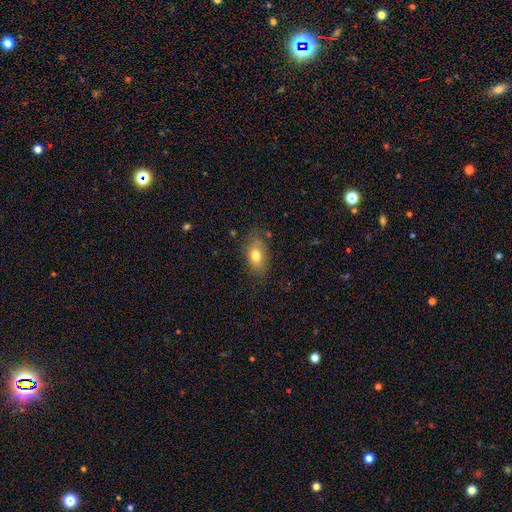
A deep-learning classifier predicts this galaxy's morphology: smooth-or-featured: smooth: 75% | featured or disk: 17% | star or artifact: 8%
  how-rounded: in between: 88% | round: 7% | cigar-shaped: 5%
  merging: none: 75% | minor disturbance: 19% | major disturbance: 5% | merger: 2%